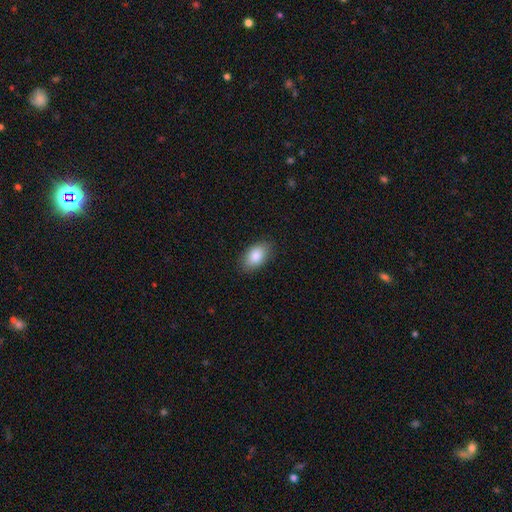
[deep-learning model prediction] smooth 85%, featured or disk 8%, star or artifact 7%. Down the decision tree: how rounded — in between (92%); merging — none (87%).